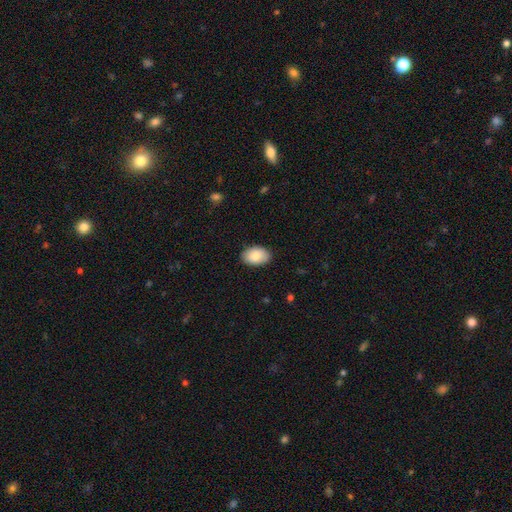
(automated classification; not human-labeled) This is clearly a smooth galaxy (85%). How rounded: clearly in between (88%). Merging: clearly none (86%).